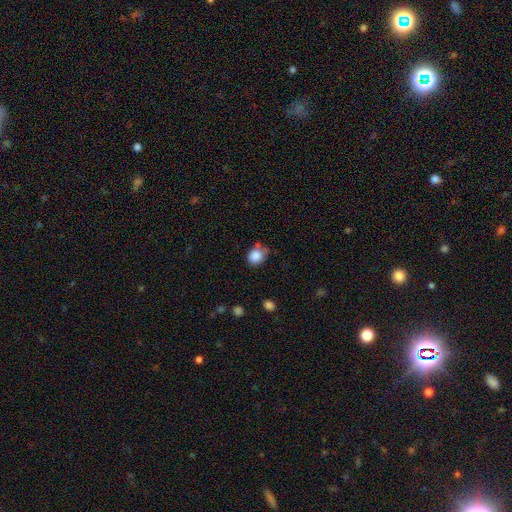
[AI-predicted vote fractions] smooth_or_featured: smooth (p=0.86) [alt: star or artifact p=0.09]
how_rounded: round (p=0.60) [alt: in between p=0.39]
merging: none (p=0.59) [alt: minor disturbance p=0.25]